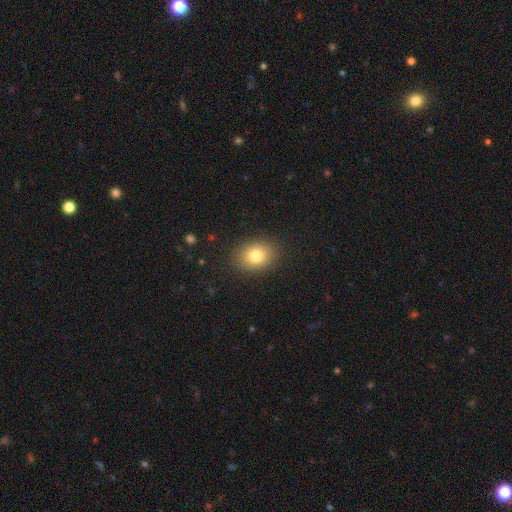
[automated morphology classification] smooth-or-featured: smooth: 80% | star or artifact: 11% | featured or disk: 10%
  how-rounded: in between: 56% | round: 43% | cigar-shaped: 1%
  merging: none: 88% | minor disturbance: 9% | major disturbance: 3% | merger: 1%